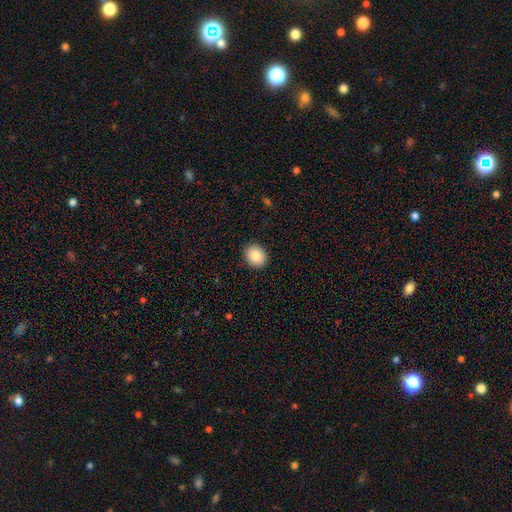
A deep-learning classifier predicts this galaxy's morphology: This appears to be a smooth galaxy with no disk features (86%) that is round (65%). Merging: none (90%).